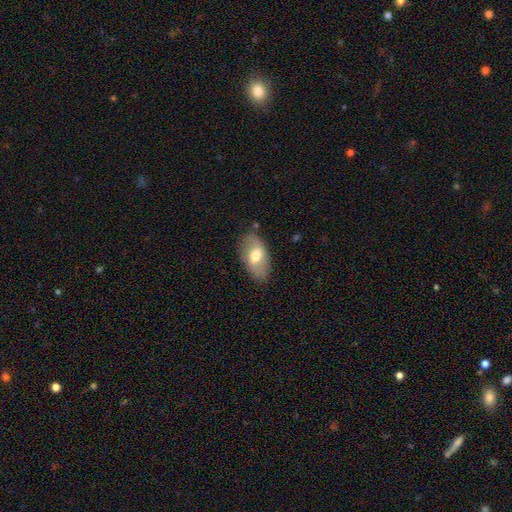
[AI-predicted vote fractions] This is possibly a smooth galaxy (59%). How rounded: clearly in between (93%). Merging: likely none (80%).